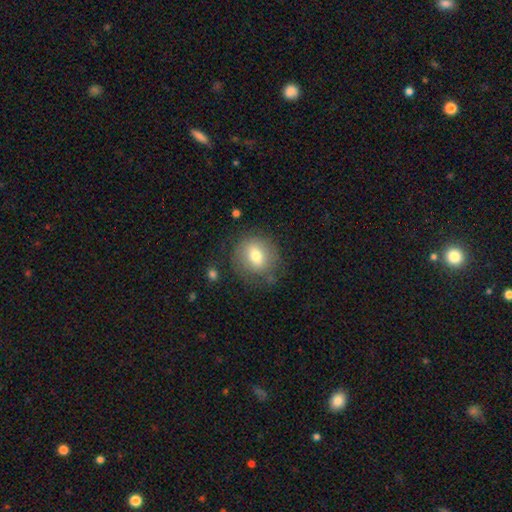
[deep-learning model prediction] Smooth or featured?
  - smooth: 68% *
  - featured or disk: 22%
  - star or artifact: 9%
How rounded?
  - round: 82% *
  - in between: 17%
  - cigar-shaped: 1%
Merging?
  - none: 74% *
  - minor disturbance: 17%
  - major disturbance: 7%
  - merger: 2%